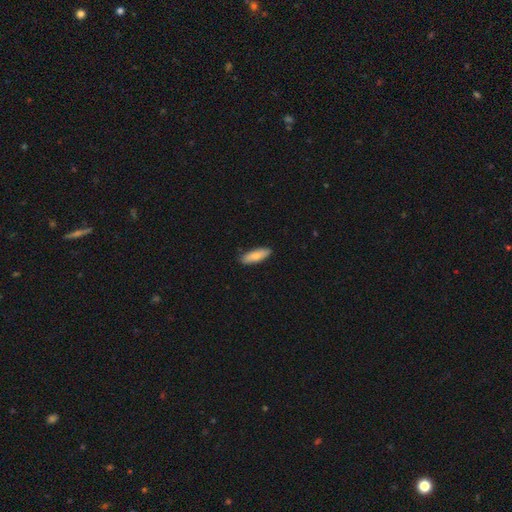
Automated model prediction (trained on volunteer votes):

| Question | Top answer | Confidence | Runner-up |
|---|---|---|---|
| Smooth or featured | smooth | 81% | featured or disk (13%) |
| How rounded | in between | 53% | cigar-shaped (46%) |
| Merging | none | 88% | minor disturbance (9%) |